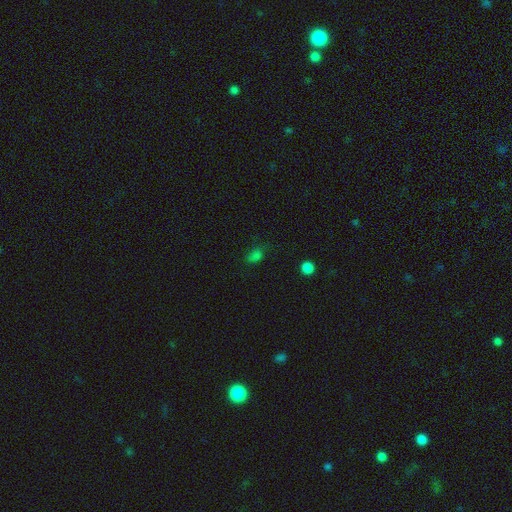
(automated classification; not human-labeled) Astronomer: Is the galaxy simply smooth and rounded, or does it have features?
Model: smooth — 71%.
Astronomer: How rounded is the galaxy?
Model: in between — 76%.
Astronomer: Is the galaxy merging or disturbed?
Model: none — 61%.